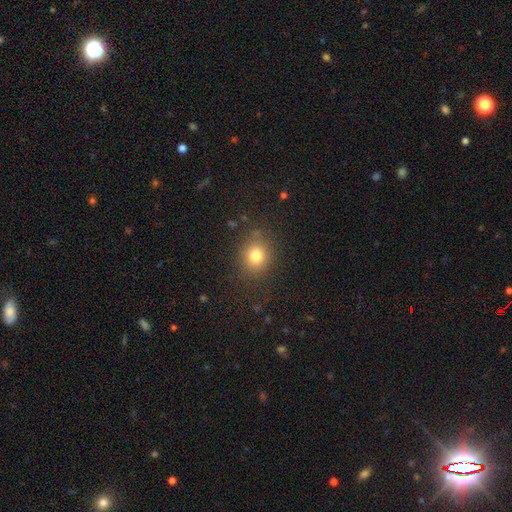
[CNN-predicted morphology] type=smooth (79%); roundness=round (70%); merging=none (83%).